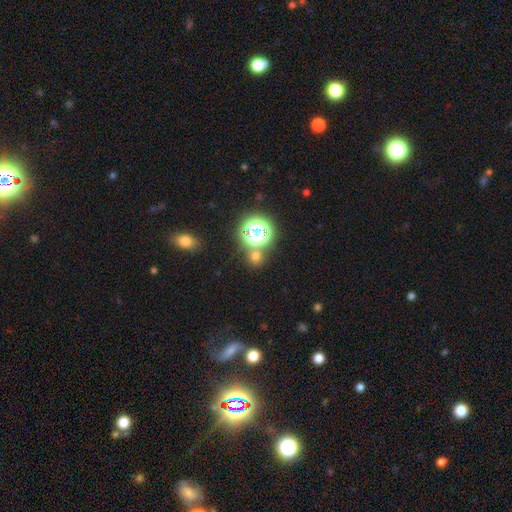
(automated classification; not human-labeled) smooth 59%, star or artifact 35%, featured or disk 6%. Down the decision tree: how rounded — round (88%); merging — none (74%).